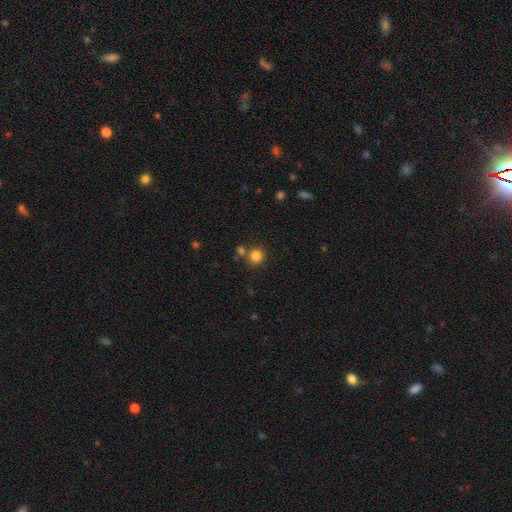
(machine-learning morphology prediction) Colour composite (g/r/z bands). It shows a smooth galaxy with no disk features (83%) that is round (87%). Merging: none (73%).